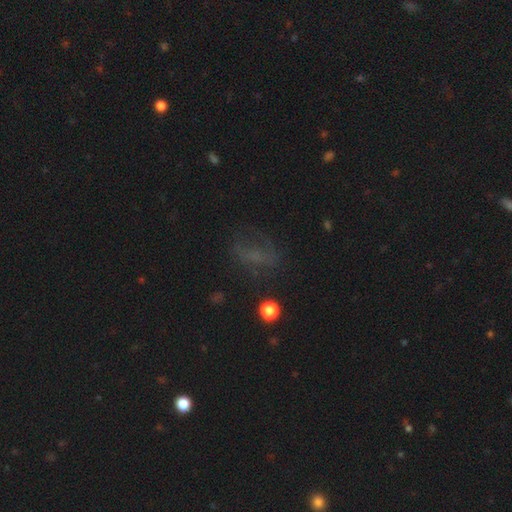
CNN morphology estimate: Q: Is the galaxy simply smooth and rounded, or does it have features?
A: smooth — 44%.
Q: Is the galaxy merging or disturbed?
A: none — 58%.